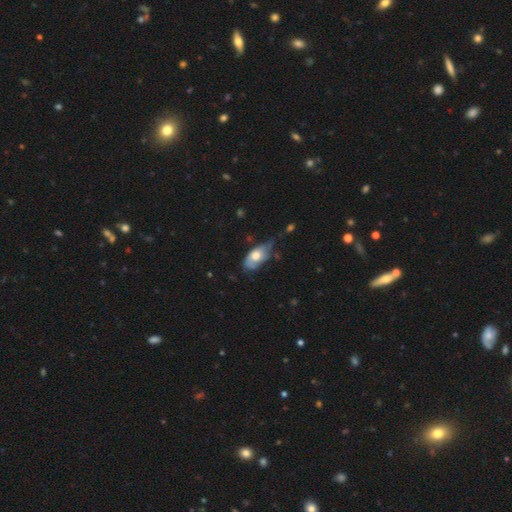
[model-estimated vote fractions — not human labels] The model was most divided on "merging": minor disturbance: 41%, none: 36%, major disturbance: 19%, merger: 4%. More confident: how rounded — in between (90%); smooth or featured — smooth (52%).